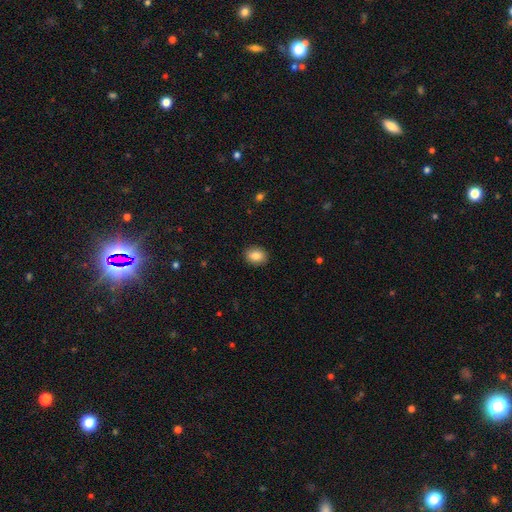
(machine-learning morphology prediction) Q: Smooth or featured?
A: smooth (85%); runner-up: star or artifact (8%)
Q: How rounded?
A: in between (55%); runner-up: round (44%)
Q: Merging?
A: none (90%); runner-up: minor disturbance (7%)